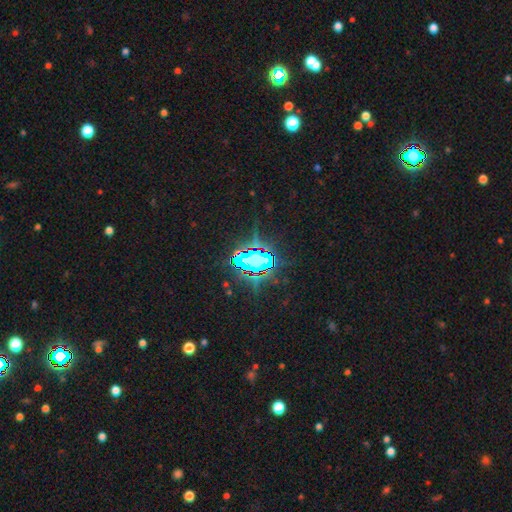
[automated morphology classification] smooth-or-featured: star or artifact: 74% | featured or disk: 13% | smooth: 13%